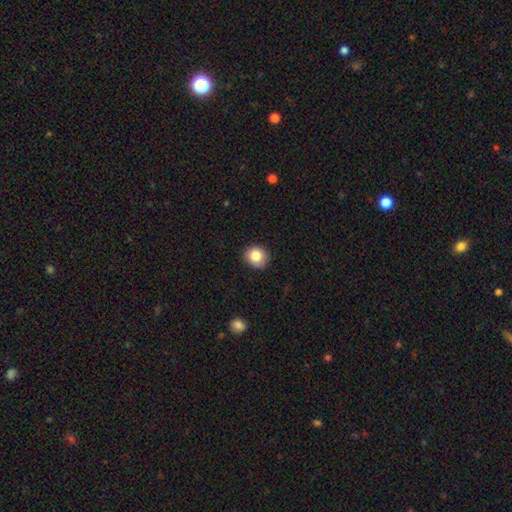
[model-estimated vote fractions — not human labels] This appears to be a smooth galaxy with no disk features (83%) that is round (86%). Merging: none (86%).